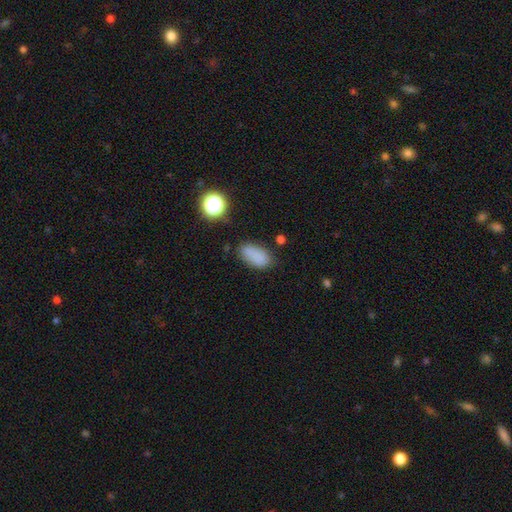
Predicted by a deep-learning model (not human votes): Smooth or featured?
  - smooth: 82% *
  - star or artifact: 12%
  - featured or disk: 6%
How rounded?
  - in between: 90% *
  - round: 5%
  - cigar-shaped: 5%
Merging?
  - none: 74% *
  - minor disturbance: 18%
  - major disturbance: 5%
  - merger: 3%